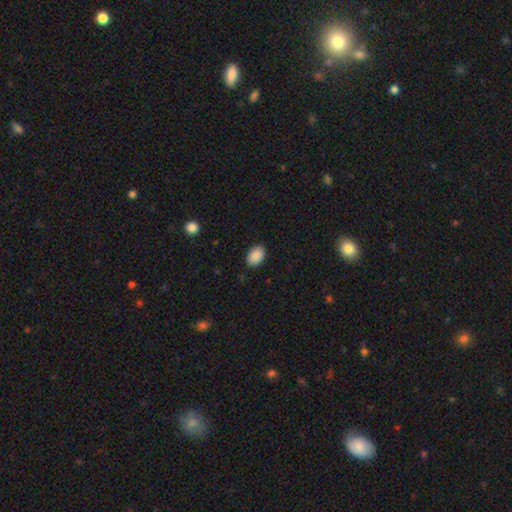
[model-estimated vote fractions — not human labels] Morphology: type=smooth (90%); roundness=in between (85%); merging=none (87%).